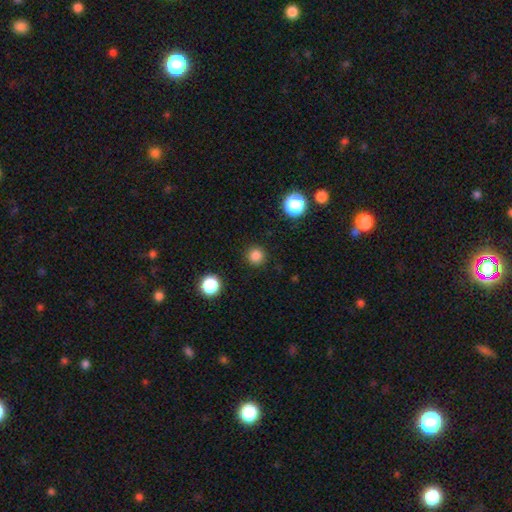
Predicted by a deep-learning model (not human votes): smooth_or_featured: smooth (p=0.83) [alt: star or artifact p=0.14]
how_rounded: round (p=0.95) [alt: in between p=0.04]
merging: none (p=0.91) [alt: minor disturbance p=0.05]